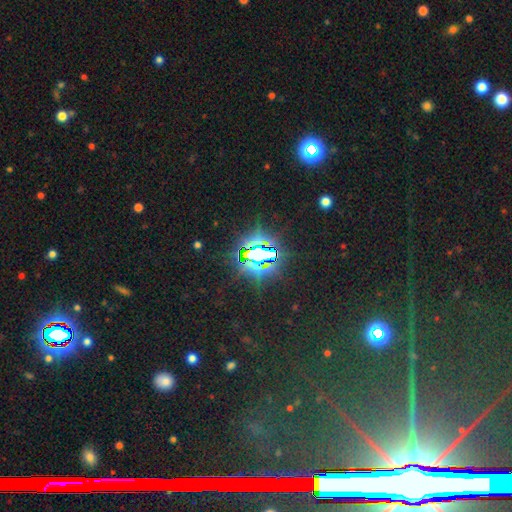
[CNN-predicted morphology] Smooth or featured? Predicted: star or artifact (p=0.80).